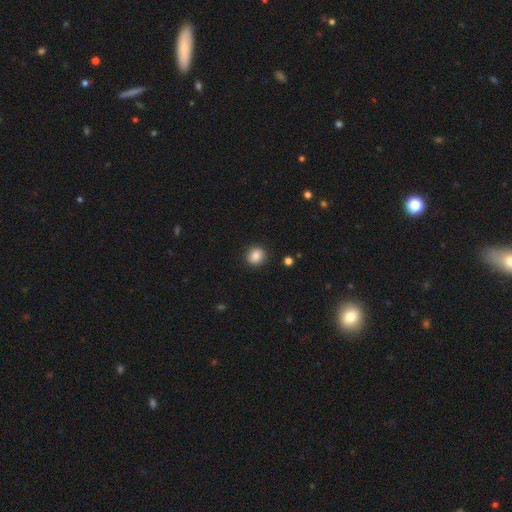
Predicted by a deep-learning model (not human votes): Smooth or featured? smooth (85%)
How rounded? round (84%)
Merging? none (90%)